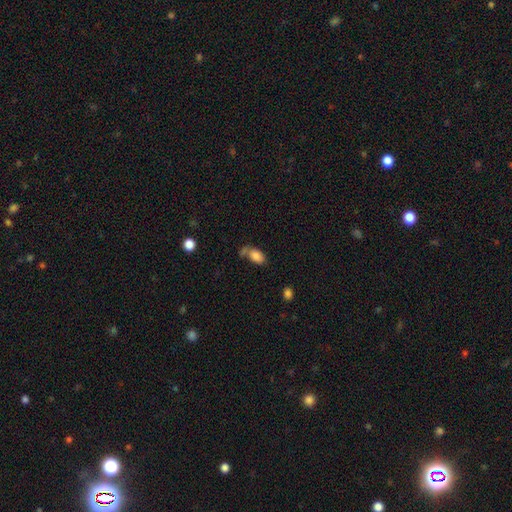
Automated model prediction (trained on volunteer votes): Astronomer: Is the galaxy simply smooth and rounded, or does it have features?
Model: smooth — 83%.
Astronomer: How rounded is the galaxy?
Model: in between — 91%.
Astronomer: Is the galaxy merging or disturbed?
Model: none — 45% (runner-up: merger, 27%).